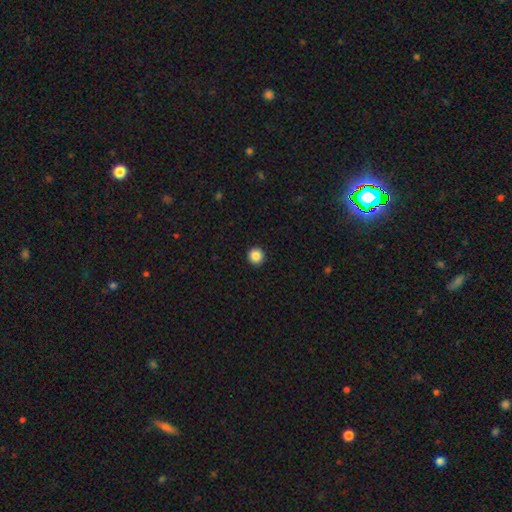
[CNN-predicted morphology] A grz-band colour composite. It shows a smooth galaxy with no disk features (87%) that is round (95%). Merging: none (94%).